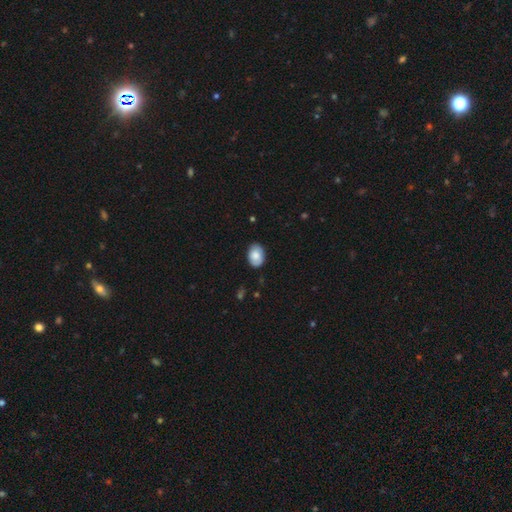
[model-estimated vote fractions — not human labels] Smooth or featured? smooth (82%)
How rounded? in between (84%)
Merging? none (83%)